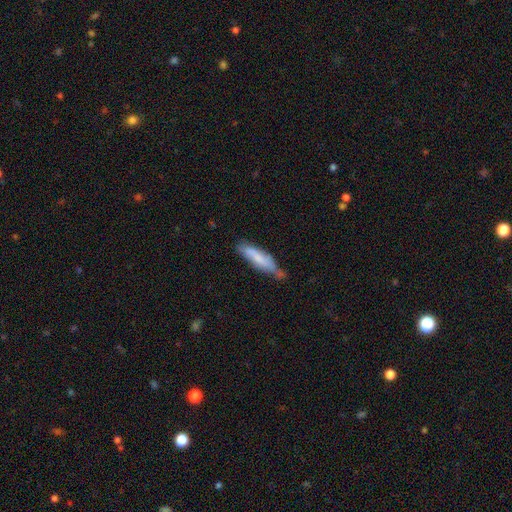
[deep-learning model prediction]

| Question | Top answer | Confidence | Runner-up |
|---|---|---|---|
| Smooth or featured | smooth | 64% | featured or disk (28%) |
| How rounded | cigar-shaped | 79% | in between (19%) |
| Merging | none | 61% | minor disturbance (28%) |